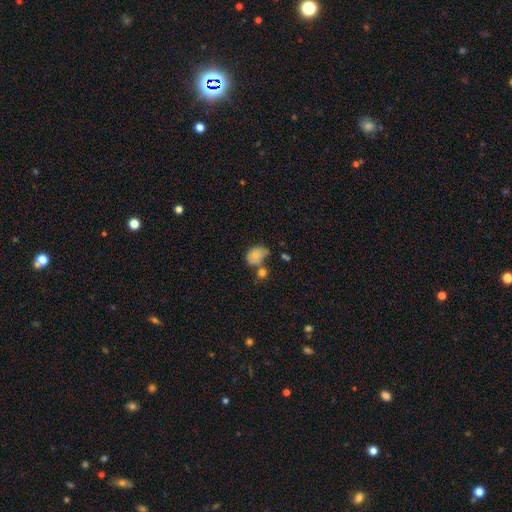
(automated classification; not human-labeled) Smooth or featured: smooth — 72% (featured or disk — 19%)
How rounded: in between — 69% (round — 29%)
Merging: none — 37% (minor disturbance — 27%)